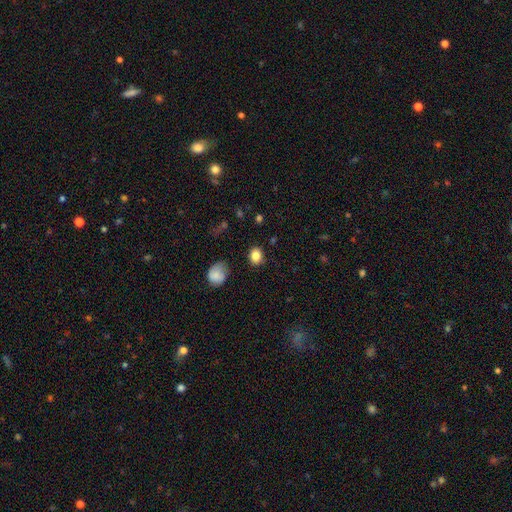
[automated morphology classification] A smooth galaxy with no disk features (84%) that is round (52%). Merging: none (85%).